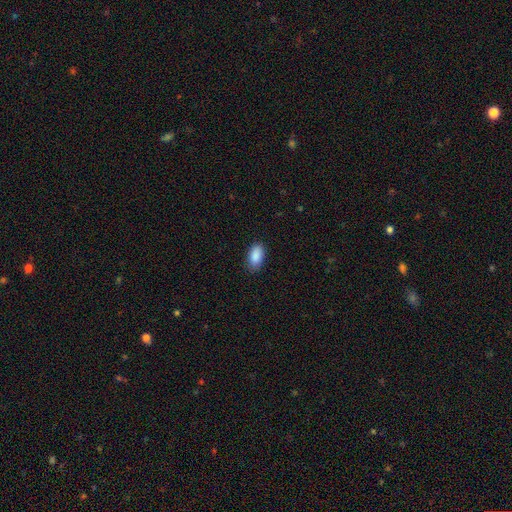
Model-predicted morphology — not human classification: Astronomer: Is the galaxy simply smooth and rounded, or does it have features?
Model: smooth — 90%.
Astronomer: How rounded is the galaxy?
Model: in between — 93%.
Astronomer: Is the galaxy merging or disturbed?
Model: none — 83%.